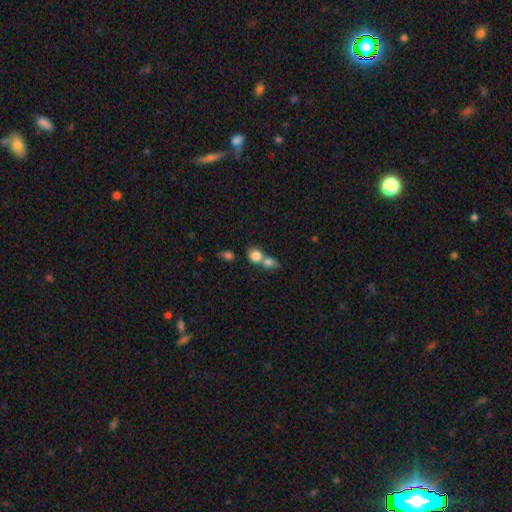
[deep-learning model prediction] A smooth galaxy with no disk features (80%) that is round (75%). Merging: merger (57%).